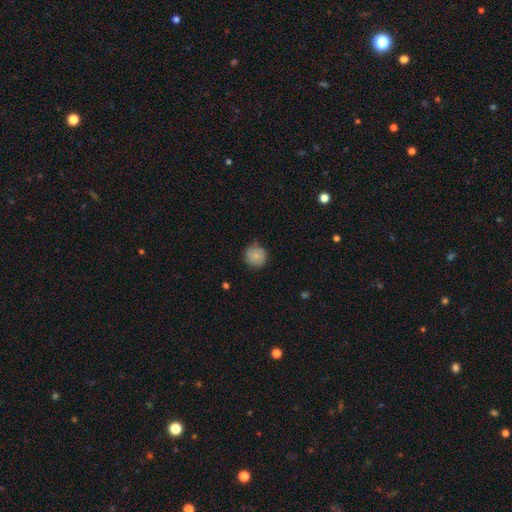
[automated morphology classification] Smooth or featured? Predicted: smooth (p=0.82). How rounded? Predicted: round (p=0.92). Merging? Predicted: none (p=0.77).